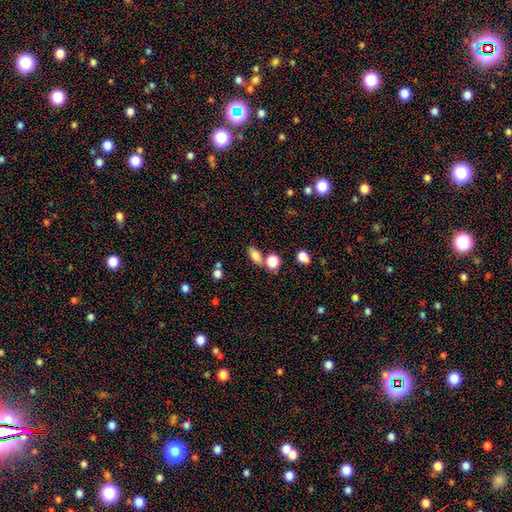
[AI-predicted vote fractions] A smooth galaxy with no disk features (80%) that is in between round and cigar-shaped (81%). Merging: none (64%).